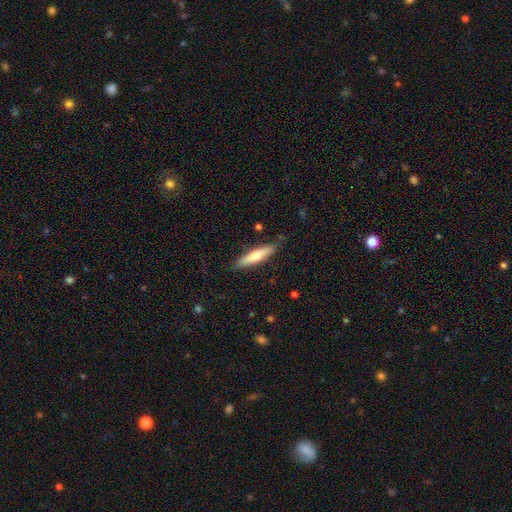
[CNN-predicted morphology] Smooth or featured? Predicted: smooth (p=0.61). How rounded? Predicted: cigar-shaped (p=0.83). Merging? Predicted: none (p=0.84).